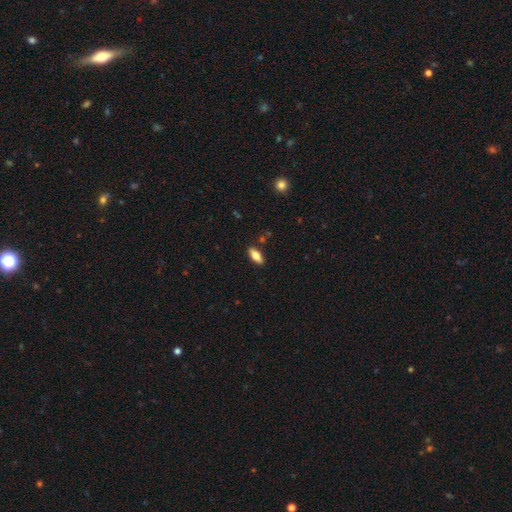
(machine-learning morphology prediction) A smooth galaxy with no disk features (75%) that is in between round and cigar-shaped (81%). Merging: none (87%).